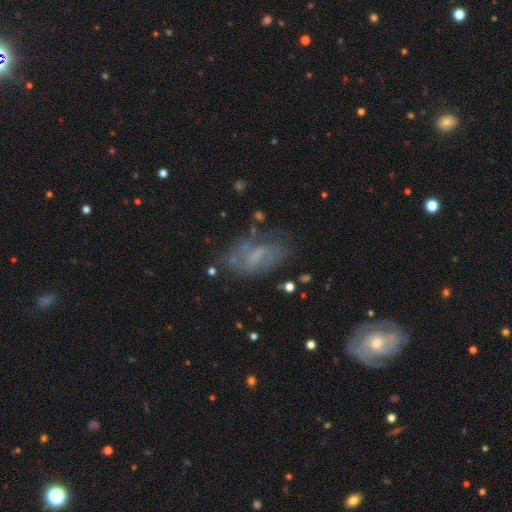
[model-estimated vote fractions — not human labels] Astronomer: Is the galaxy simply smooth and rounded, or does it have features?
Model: featured or disk — 50% (runner-up: smooth, 38%).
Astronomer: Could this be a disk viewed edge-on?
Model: no — 93%.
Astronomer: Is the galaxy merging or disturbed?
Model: none — 53%.